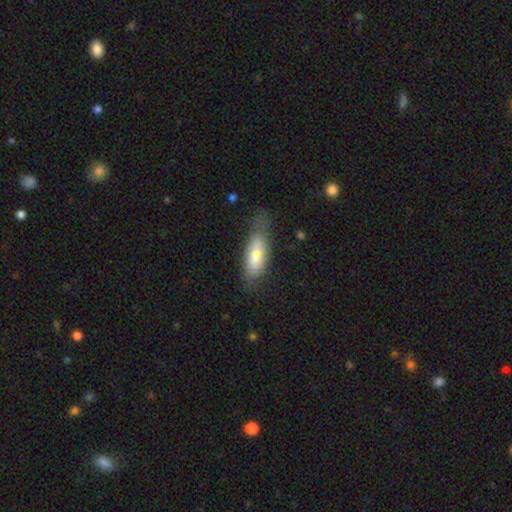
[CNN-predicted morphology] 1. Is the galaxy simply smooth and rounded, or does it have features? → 72% smooth, 21% featured or disk, 7% star or artifact.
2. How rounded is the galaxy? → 61% in between, 37% cigar-shaped, 2% round.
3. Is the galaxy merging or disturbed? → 56% none, 30% minor disturbance, 12% major disturbance, 2% merger.